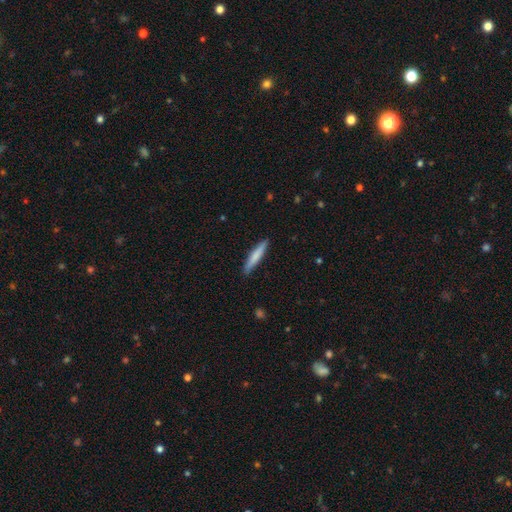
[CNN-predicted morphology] Smooth or featured? Predicted: smooth (p=0.73). How rounded? Predicted: cigar-shaped (p=0.92). Merging? Predicted: none (p=0.89).